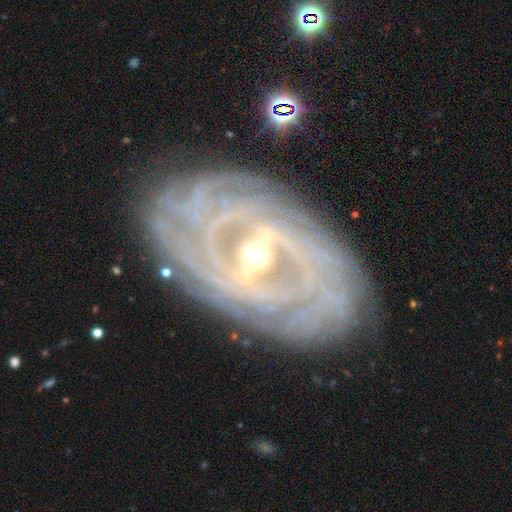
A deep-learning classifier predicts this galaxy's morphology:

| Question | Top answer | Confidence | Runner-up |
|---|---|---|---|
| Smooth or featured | featured or disk | 90% | star or artifact (5%) |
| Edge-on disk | no | 92% | yes (8%) |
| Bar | strong | 61% | weak (27%) |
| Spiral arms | yes | 94% | no (6%) |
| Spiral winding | tight | 78% | medium (16%) |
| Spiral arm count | can't tell | 30% | 2 (17%) |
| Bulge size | moderate | 57% | small (38%) |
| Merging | none | 81% | minor disturbance (14%) |